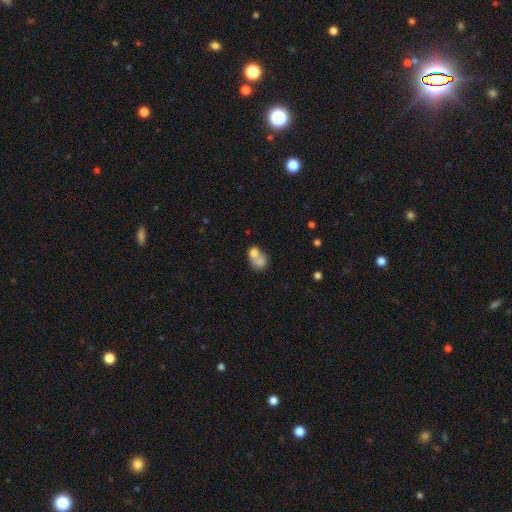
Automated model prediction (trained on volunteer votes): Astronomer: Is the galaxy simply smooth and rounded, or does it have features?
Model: smooth — 72%.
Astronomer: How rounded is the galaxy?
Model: in between — 50% (runner-up: round, 48%).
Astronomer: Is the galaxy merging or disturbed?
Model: merger — 69%.